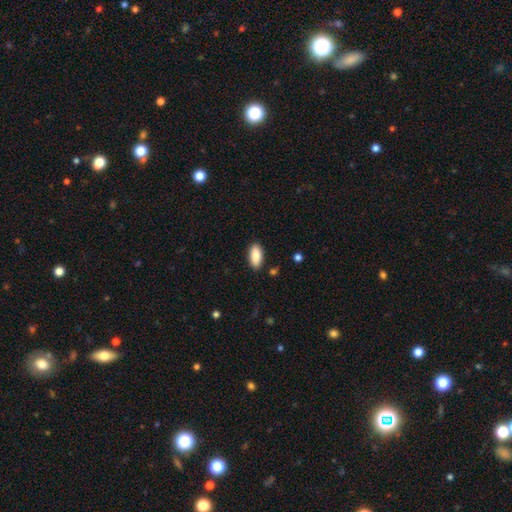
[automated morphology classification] Smooth or featured? smooth (86%)
How rounded? in between (89%)
Merging? none (88%)